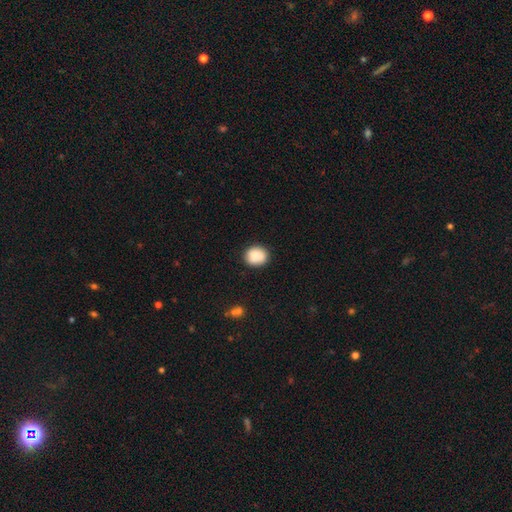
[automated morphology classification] smooth_or_featured: smooth (p=0.83) [alt: featured or disk p=0.10]
how_rounded: round (p=0.72) [alt: in between p=0.27]
merging: none (p=0.80) [alt: minor disturbance p=0.14]